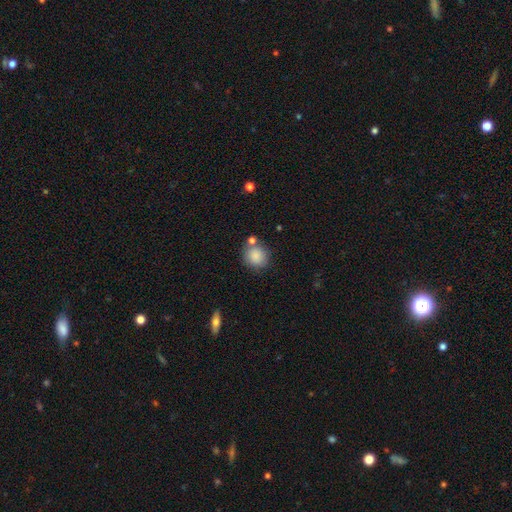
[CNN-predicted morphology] This is clearly a smooth galaxy (87%). How rounded: clearly round (86%). Merging: likely none (70%).